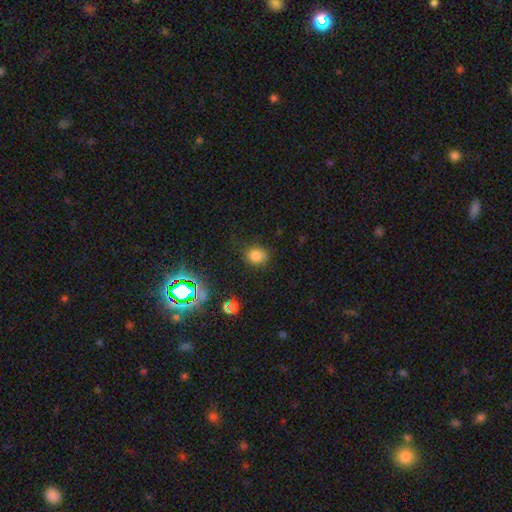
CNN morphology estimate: This is likely a smooth galaxy (78%). How rounded: likely round (62%). Merging: likely none (77%).